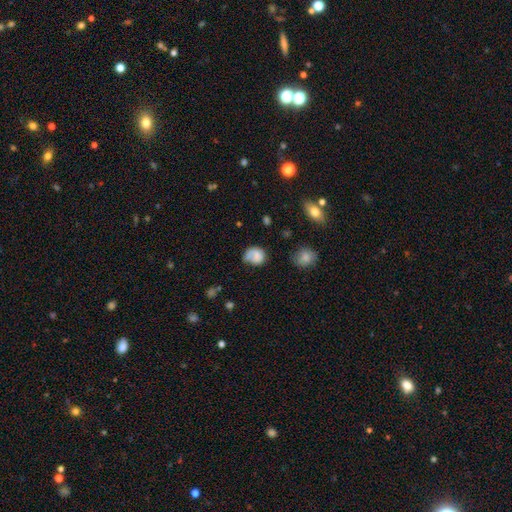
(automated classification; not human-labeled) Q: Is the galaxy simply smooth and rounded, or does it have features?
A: smooth — 62%.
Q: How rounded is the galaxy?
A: round — 61%.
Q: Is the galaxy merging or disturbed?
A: none — 43%.